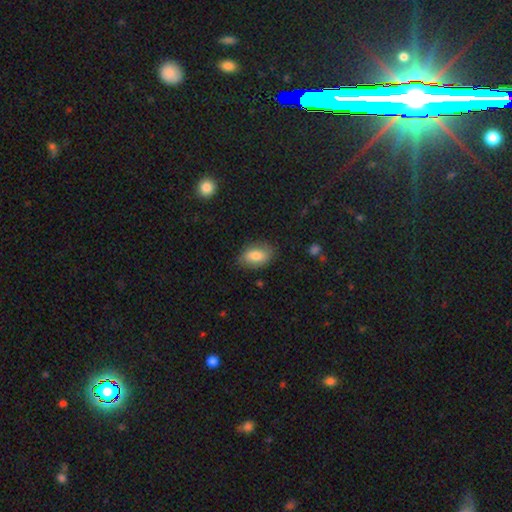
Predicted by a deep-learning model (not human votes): This appears to be a smooth galaxy with no disk features (77%) that is in between round and cigar-shaped (89%). Merging: none (79%).